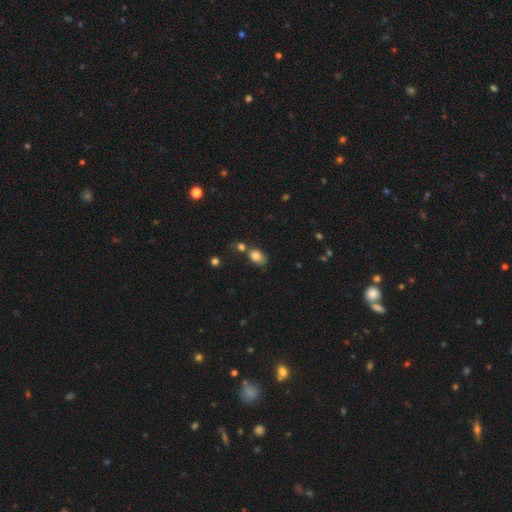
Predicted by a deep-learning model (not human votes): Q: Smooth or featured?
A: smooth (81%); runner-up: star or artifact (10%)
Q: How rounded?
A: in between (79%); runner-up: round (19%)
Q: Merging?
A: none (46%); runner-up: merger (29%)